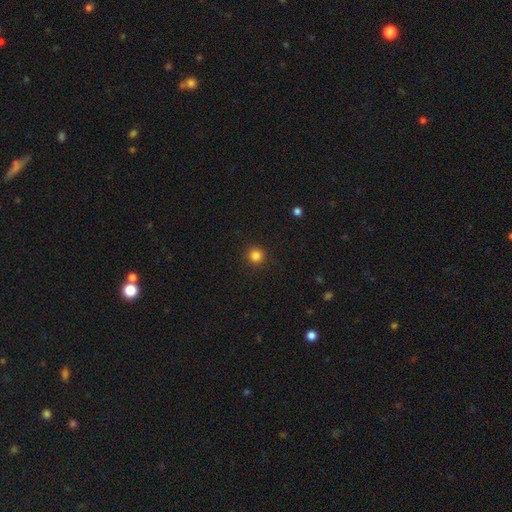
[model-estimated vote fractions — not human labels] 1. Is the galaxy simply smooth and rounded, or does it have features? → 84% smooth, 12% star or artifact, 4% featured or disk.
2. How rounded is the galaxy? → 95% round, 4% in between, 1% cigar-shaped.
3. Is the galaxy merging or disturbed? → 92% none, 5% minor disturbance, 2% major disturbance, 1% merger.